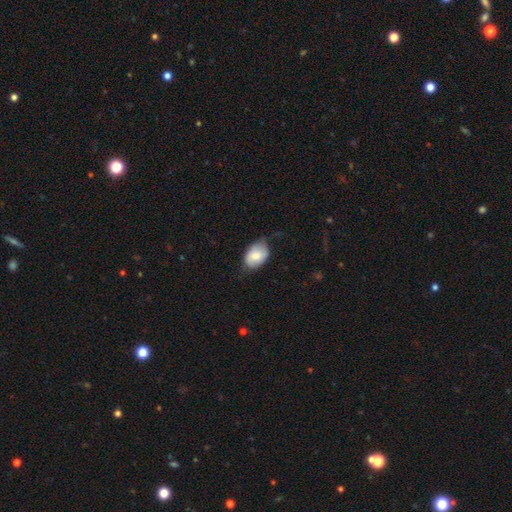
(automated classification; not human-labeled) A smooth galaxy with no disk features (74%) that is in between round and cigar-shaped (83%).

Vote fractions:
- Smooth or featured? smooth: 74% / featured or disk: 19% / star or artifact: 7%
- How rounded? in between: 83% / round: 16% / cigar-shaped: 1%
- Merging? none: 55% / minor disturbance: 34% / major disturbance: 9% / merger: 2%